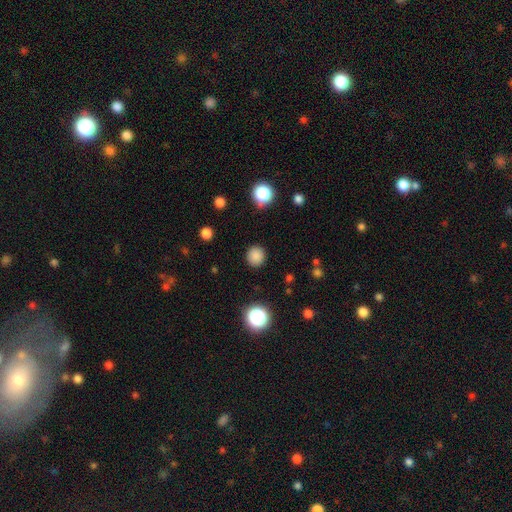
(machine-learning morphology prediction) Overall: smooth (84%). How rounded: round (91%). Merging: none (90%).